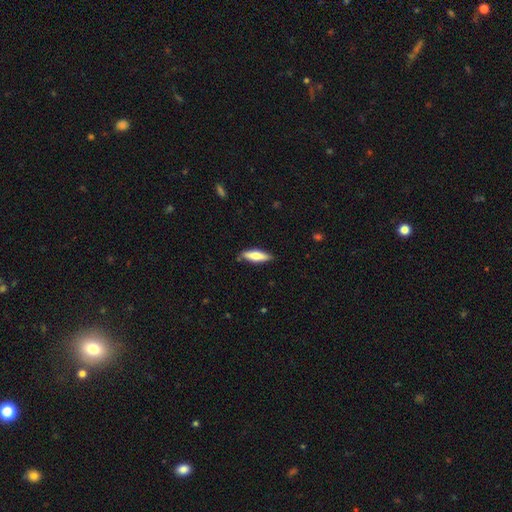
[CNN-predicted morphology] The model was most divided on "how rounded": cigar-shaped: 55%, in between: 43%, round: 2%. More confident: merging — none (83%); smooth or featured — smooth (66%).